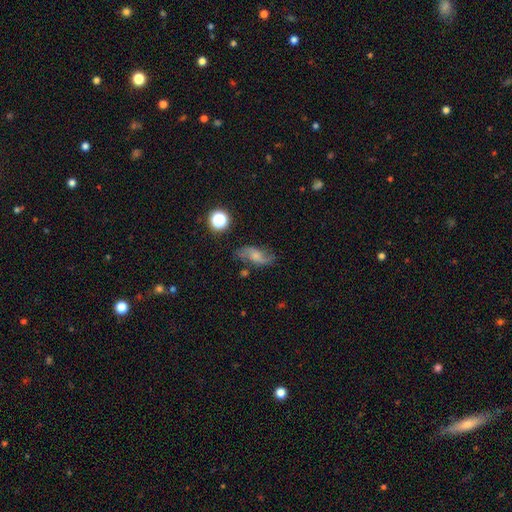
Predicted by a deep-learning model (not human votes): Q: Smooth or featured?
A: featured or disk (64%); runner-up: smooth (25%)
Q: Edge-on disk?
A: no (94%); runner-up: yes (6%)
Q: Bar?
A: no (59%); runner-up: weak (34%)
Q: Spiral arms?
A: yes (92%); runner-up: no (8%)
Q: Spiral winding?
A: loose (71%); runner-up: medium (23%)
Q: Spiral arm count?
A: 2 (89%); runner-up: can't tell (5%)
Q: Bulge size?
A: small (41%); runner-up: moderate (31%)
Q: Merging?
A: none (66%); runner-up: minor disturbance (20%)